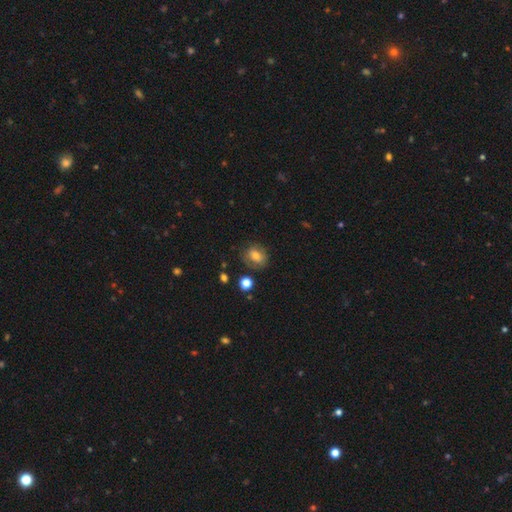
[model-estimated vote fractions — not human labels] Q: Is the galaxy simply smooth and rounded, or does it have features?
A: smooth — 66%.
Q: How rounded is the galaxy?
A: in between — 49%, tied with round.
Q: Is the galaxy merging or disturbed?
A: none — 74%.